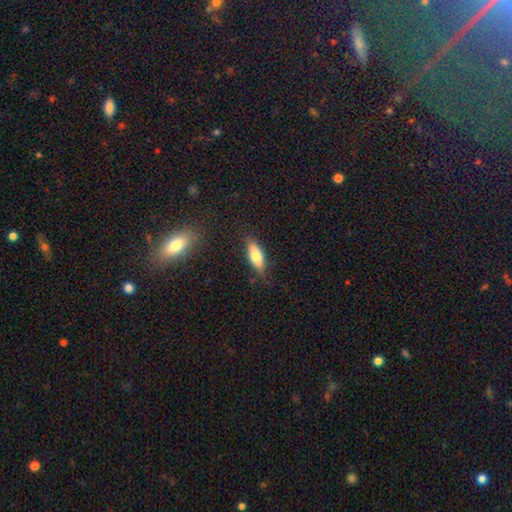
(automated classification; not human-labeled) Smooth or featured: smooth — 71% (featured or disk — 22%)
How rounded: in between — 67% (cigar-shaped — 31%)
Merging: none — 80% (minor disturbance — 15%)